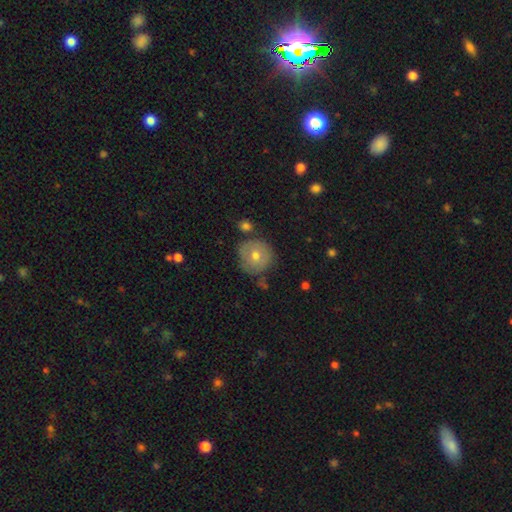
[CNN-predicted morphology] This appears to be a smooth galaxy with no disk features (62%) that is round (93%). Merging: none (78%).